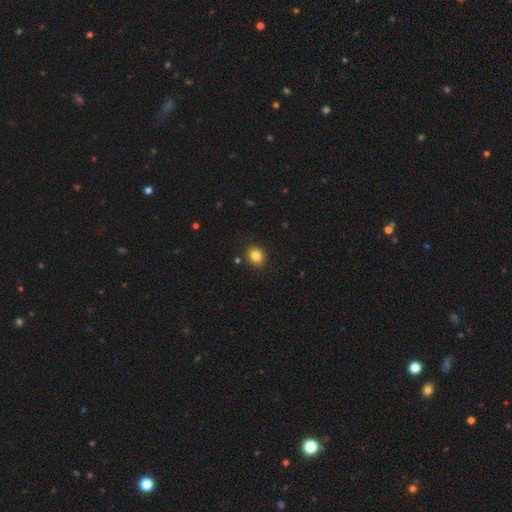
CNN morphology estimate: This is clearly a smooth galaxy (83%). How rounded: likely round (63%). Merging: clearly none (88%).